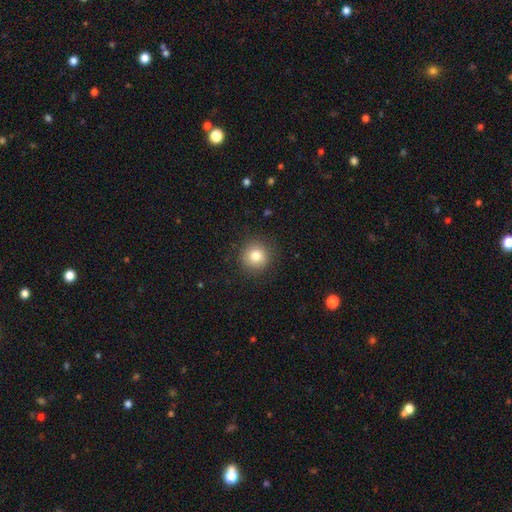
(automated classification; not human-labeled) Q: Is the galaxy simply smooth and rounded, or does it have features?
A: smooth — 80%.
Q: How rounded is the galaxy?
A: round — 93%.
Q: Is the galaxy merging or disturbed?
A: none — 89%.